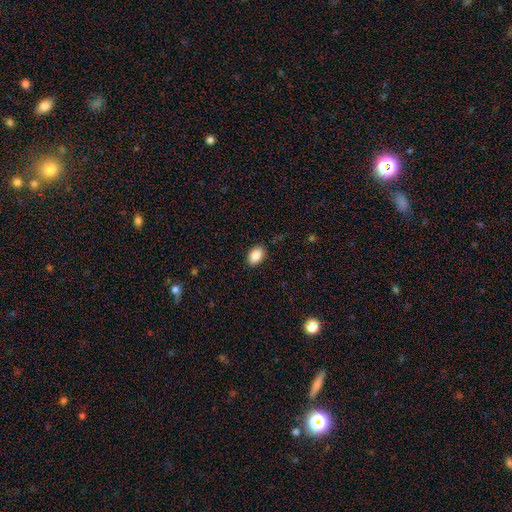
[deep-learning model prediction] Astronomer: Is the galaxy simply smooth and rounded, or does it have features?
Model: smooth — 87%.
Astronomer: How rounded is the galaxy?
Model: in between — 89%.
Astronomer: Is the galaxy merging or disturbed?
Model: none — 88%.